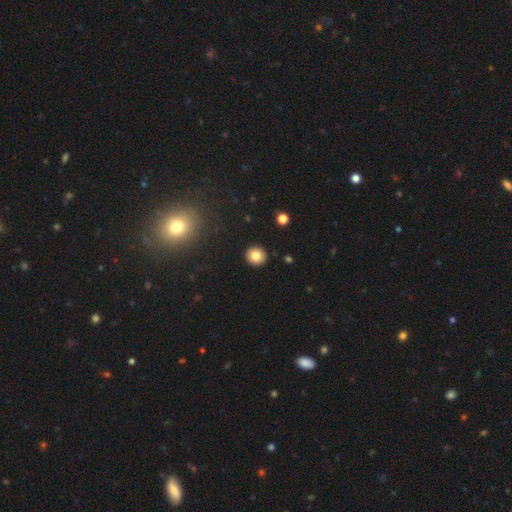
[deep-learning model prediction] A smooth galaxy with no disk features (82%) that is round (91%). Merging: none (92%).